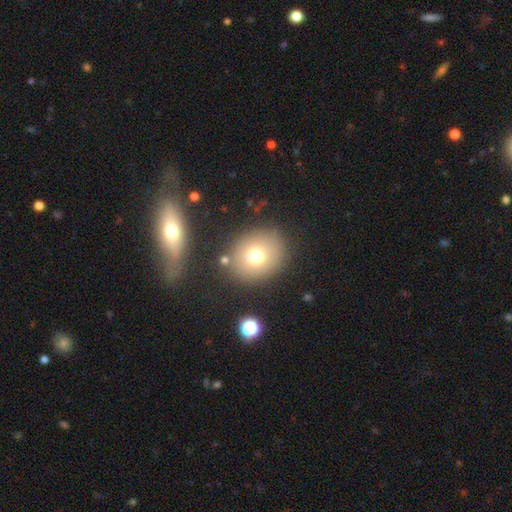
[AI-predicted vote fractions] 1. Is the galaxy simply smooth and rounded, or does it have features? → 73% smooth, 13% featured or disk, 13% star or artifact.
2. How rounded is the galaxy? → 71% round, 28% in between, 1% cigar-shaped.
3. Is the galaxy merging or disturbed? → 80% none, 10% minor disturbance, 6% merger, 4% major disturbance.